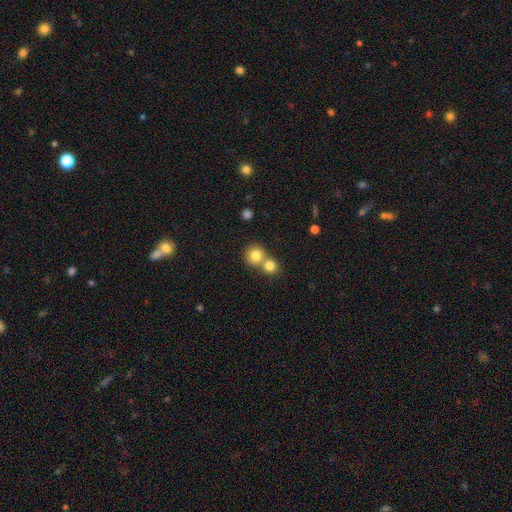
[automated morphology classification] Q: Smooth or featured?
A: smooth (79%); runner-up: star or artifact (11%)
Q: How rounded?
A: round (88%); runner-up: in between (11%)
Q: Merging?
A: merger (50%); runner-up: none (43%)